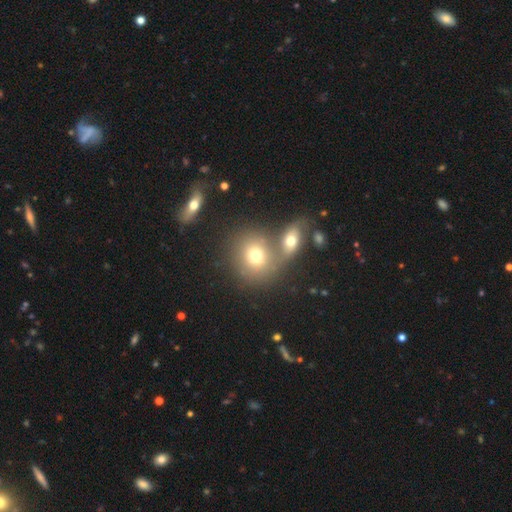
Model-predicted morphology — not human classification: smooth_or_featured: smooth (p=0.69) [alt: featured or disk p=0.18]
how_rounded: round (p=0.76) [alt: in between p=0.23]
merging: none (p=0.47) [alt: merger p=0.39]